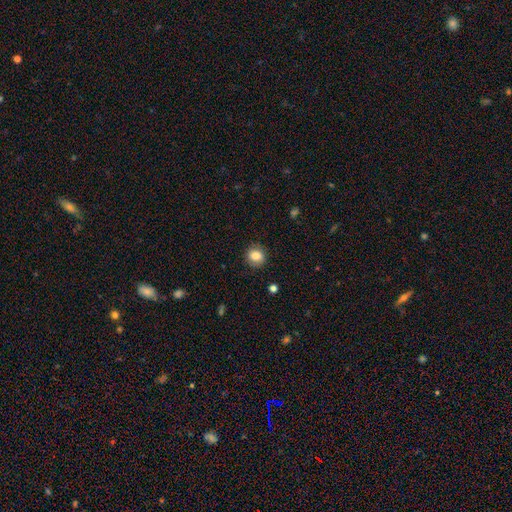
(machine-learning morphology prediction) smooth-or-featured: smooth: 83% | star or artifact: 9% | featured or disk: 8%
  how-rounded: round: 83% | in between: 16% | cigar-shaped: 1%
  merging: none: 86% | minor disturbance: 10% | major disturbance: 3% | merger: 1%